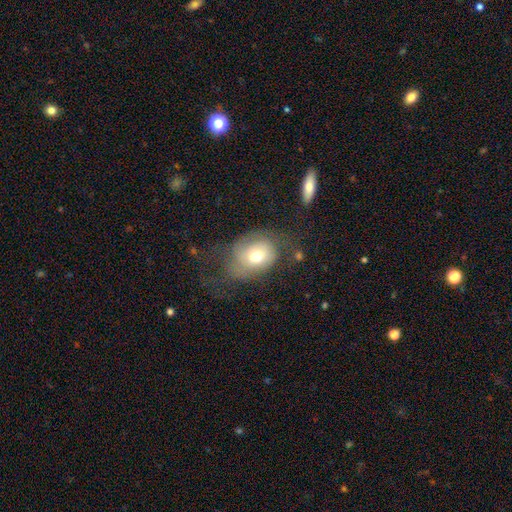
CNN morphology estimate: Smooth or featured?
  - smooth: 64% *
  - featured or disk: 26%
  - star or artifact: 10%
How rounded?
  - in between: 53% *
  - round: 46%
  - cigar-shaped: 1%
Merging?
  - none: 42% *
  - major disturbance: 30%
  - minor disturbance: 26%
  - merger: 3%